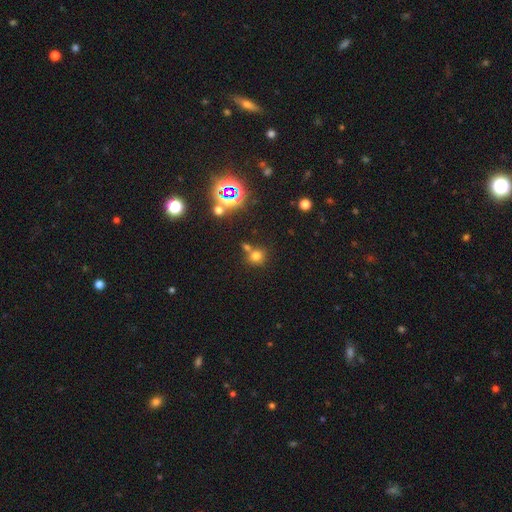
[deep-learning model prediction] Smooth or featured?
  - smooth: 67% *
  - star or artifact: 24%
  - featured or disk: 9%
How rounded?
  - round: 85% *
  - in between: 14%
  - cigar-shaped: 1%
Merging?
  - none: 60% *
  - merger: 27%
  - minor disturbance: 10%
  - major disturbance: 4%